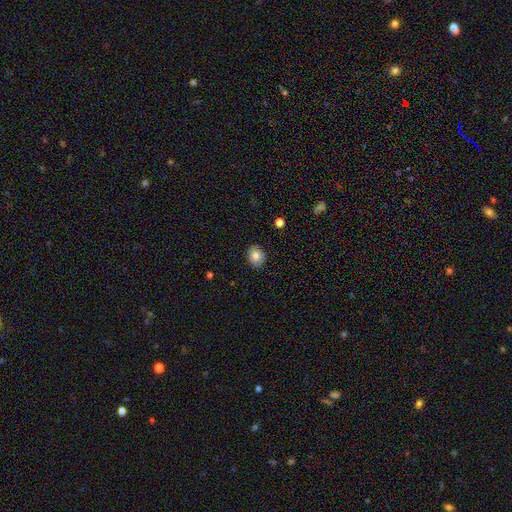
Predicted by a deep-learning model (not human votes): A smooth galaxy with no disk features (80%) that is round (70%).

Vote fractions:
- Smooth or featured? smooth: 80% / featured or disk: 10% / star or artifact: 10%
- How rounded? round: 70% / in between: 30% / cigar-shaped: 1%
- Merging? none: 86% / minor disturbance: 11% / major disturbance: 2% / merger: 1%